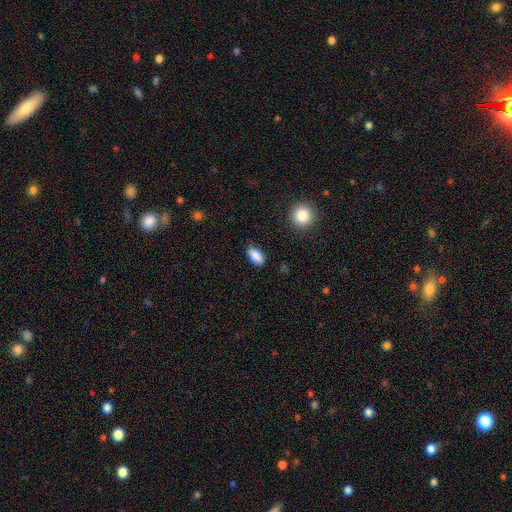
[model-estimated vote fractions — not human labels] The model was most divided on "merging": none: 83%, minor disturbance: 13%, major disturbance: 3%, merger: 1%. More confident: how rounded — in between (91%); smooth or featured — smooth (87%).